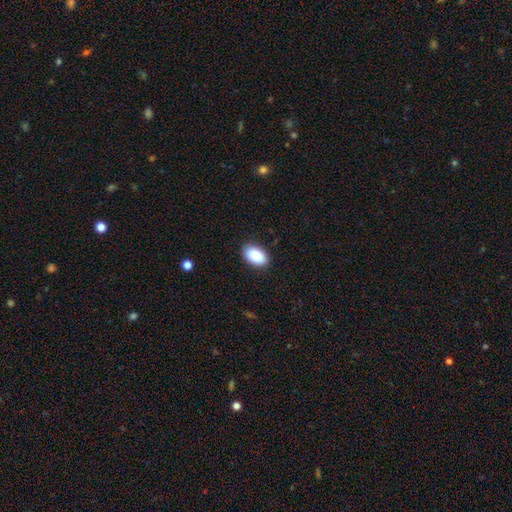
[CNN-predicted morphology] smooth-or-featured: smooth: 89% | star or artifact: 7% | featured or disk: 4%
  how-rounded: in between: 93% | round: 6% | cigar-shaped: 1%
  merging: none: 88% | minor disturbance: 9% | major disturbance: 2% | merger: 1%